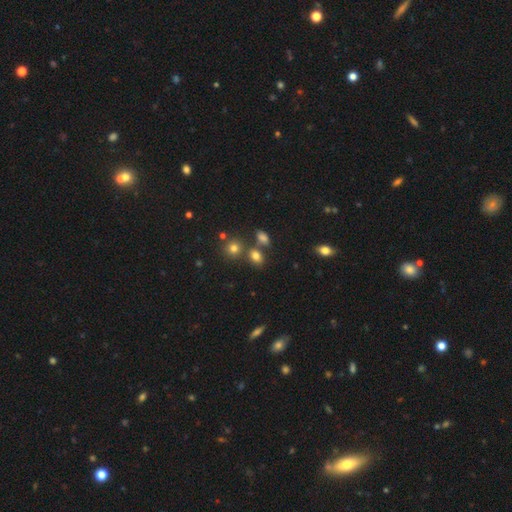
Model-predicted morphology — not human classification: Overall: smooth (77%). How rounded: in between (68%; round 30%). Merging: none (64%).